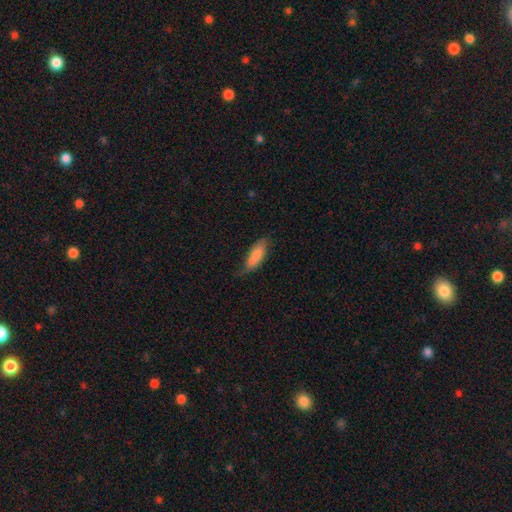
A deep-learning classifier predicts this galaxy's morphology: Q: Smooth or featured?
A: smooth (80%); runner-up: featured or disk (14%)
Q: How rounded?
A: in between (71%); runner-up: cigar-shaped (27%)
Q: Merging?
A: none (48%); runner-up: minor disturbance (35%)